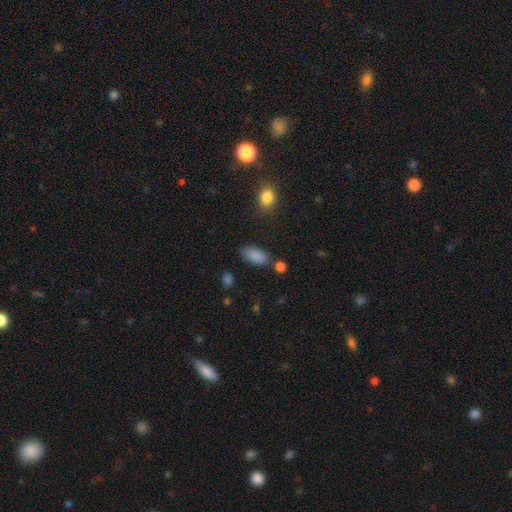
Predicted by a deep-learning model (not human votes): A smooth galaxy with no disk features (88%) that is in between round and cigar-shaped (92%).

Vote fractions:
- Smooth or featured? smooth: 88% / star or artifact: 8% / featured or disk: 4%
- How rounded? in between: 92% / cigar-shaped: 5% / round: 3%
- Merging? none: 79% / minor disturbance: 12% / merger: 5% / major disturbance: 4%